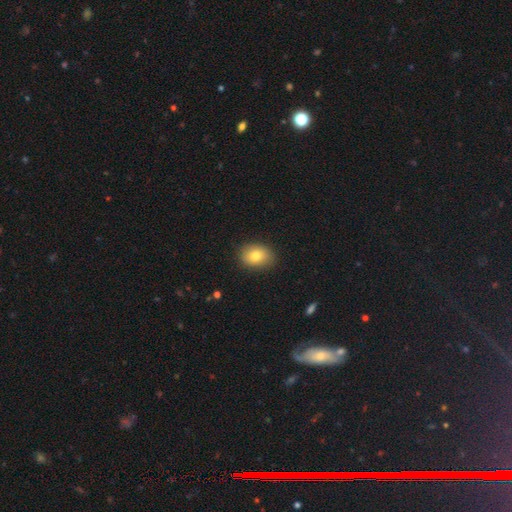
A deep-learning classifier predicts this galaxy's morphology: This is clearly a smooth galaxy (81%). How rounded: likely in between (68%). Merging: clearly none (86%).